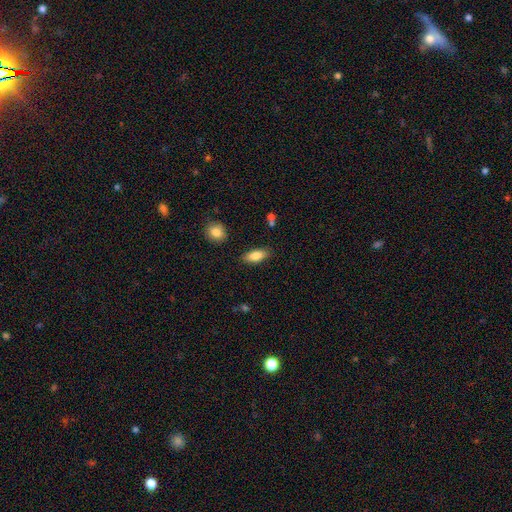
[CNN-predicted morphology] Smooth or featured: smooth — 83% (featured or disk — 10%)
How rounded: in between — 84% (cigar-shaped — 13%)
Merging: none — 85% (minor disturbance — 11%)